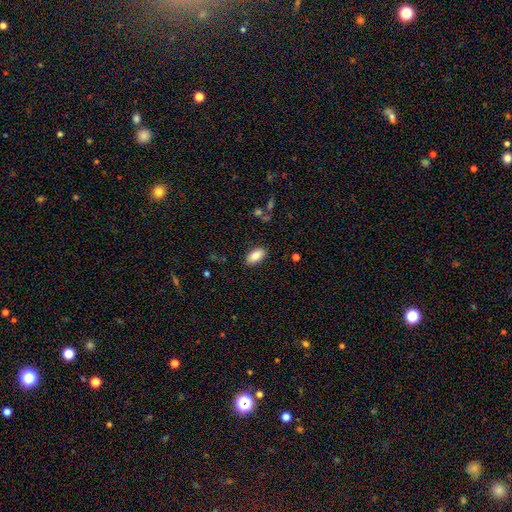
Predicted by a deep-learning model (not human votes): smooth-or-featured: smooth: 86% | star or artifact: 7% | featured or disk: 7%
  how-rounded: in between: 93% | cigar-shaped: 4% | round: 3%
  merging: none: 87% | minor disturbance: 9% | major disturbance: 2% | merger: 1%